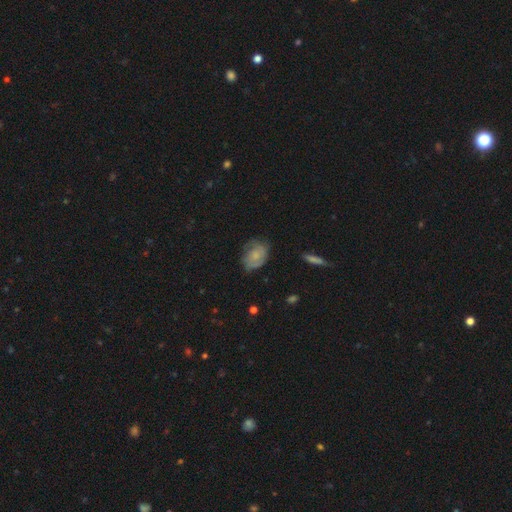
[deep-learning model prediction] Morphology: type=smooth (52%); roundness=in between (67%); merging=none (60%).